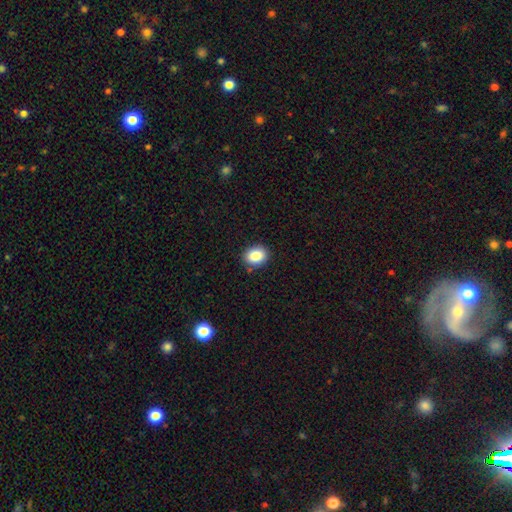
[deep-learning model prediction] Smooth or featured: smooth — 86% (star or artifact — 9%)
How rounded: in between — 54% (round — 45%)
Merging: none — 88% (minor disturbance — 9%)